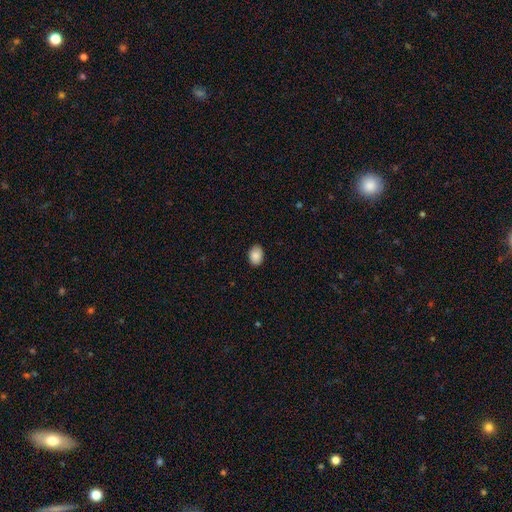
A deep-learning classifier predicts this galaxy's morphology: Smooth or featured: smooth — 89% (star or artifact — 7%)
How rounded: in between — 77% (round — 22%)
Merging: none — 88% (minor disturbance — 9%)